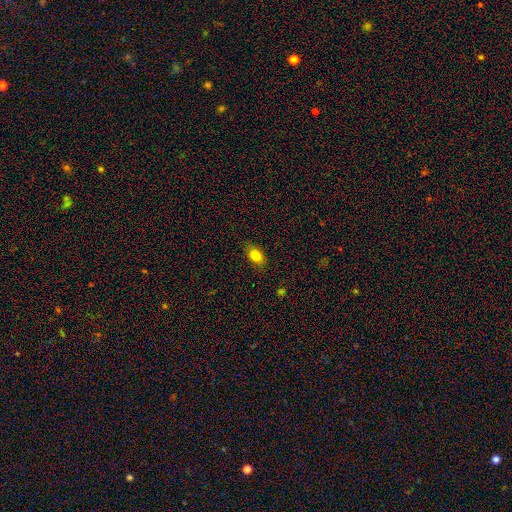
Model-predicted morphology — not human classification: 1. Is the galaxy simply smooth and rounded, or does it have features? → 85% smooth, 9% star or artifact, 6% featured or disk.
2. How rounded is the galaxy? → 84% in between, 14% round, 2% cigar-shaped.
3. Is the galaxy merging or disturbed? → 84% none, 12% minor disturbance, 3% major disturbance, 1% merger.